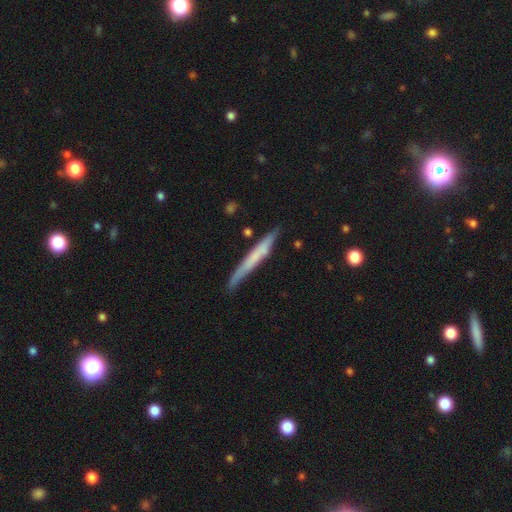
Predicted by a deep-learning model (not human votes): A smooth galaxy with no disk features (51%) that is cigar-shaped (96%).

Vote fractions:
- Smooth or featured? smooth: 51% / featured or disk: 43% / star or artifact: 6%
- How rounded? cigar-shaped: 96% / in between: 2% / round: 1%
- Merging? none: 79% / minor disturbance: 16% / merger: 3% / major disturbance: 3%